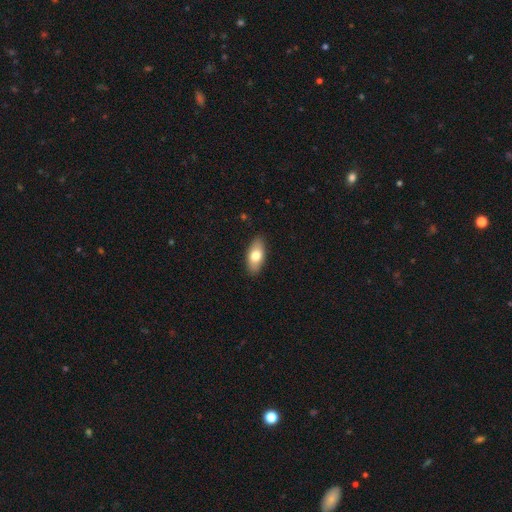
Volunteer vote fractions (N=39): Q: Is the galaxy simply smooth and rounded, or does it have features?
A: smooth — 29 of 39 (74%).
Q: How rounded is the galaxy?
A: in between — 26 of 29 (90%).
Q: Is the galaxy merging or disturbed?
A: none — 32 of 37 (86%).